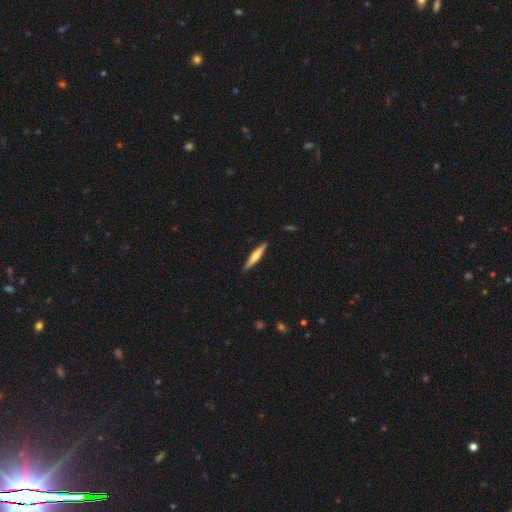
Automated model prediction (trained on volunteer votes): Smooth or featured? Predicted: featured or disk (p=0.50). Merging? Predicted: none (p=0.90).